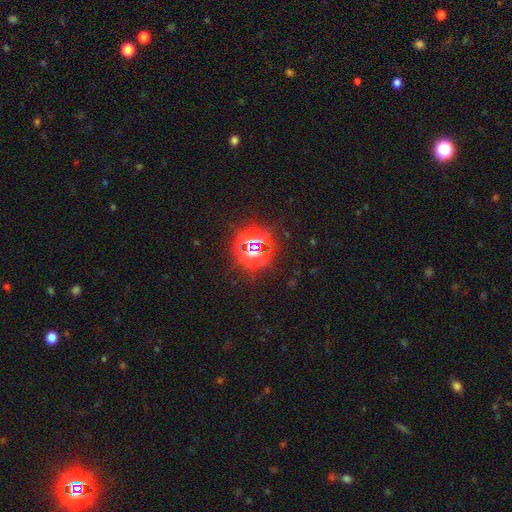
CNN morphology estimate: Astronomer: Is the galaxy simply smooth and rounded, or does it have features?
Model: star or artifact — 79%.